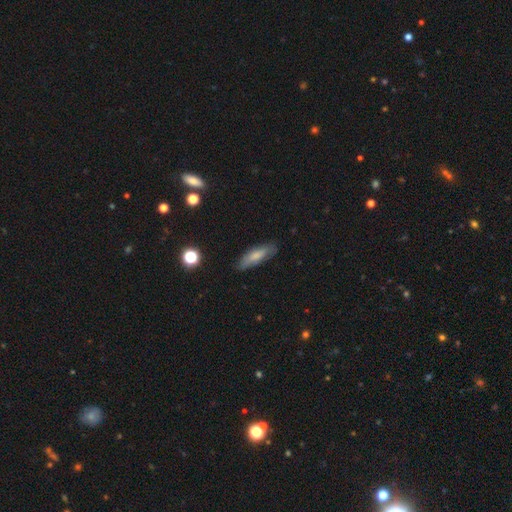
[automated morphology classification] Smooth or featured? Predicted: smooth (p=0.70). How rounded? Predicted: cigar-shaped (p=0.54). Merging? Predicted: none (p=0.79).